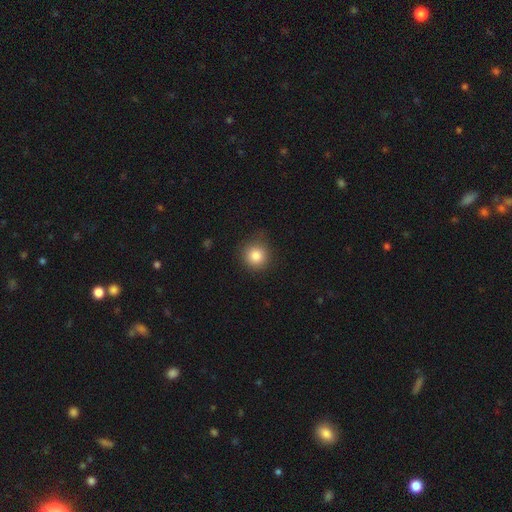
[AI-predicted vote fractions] Smooth or featured? smooth (84%)
How rounded? round (91%)
Merging? none (80%)